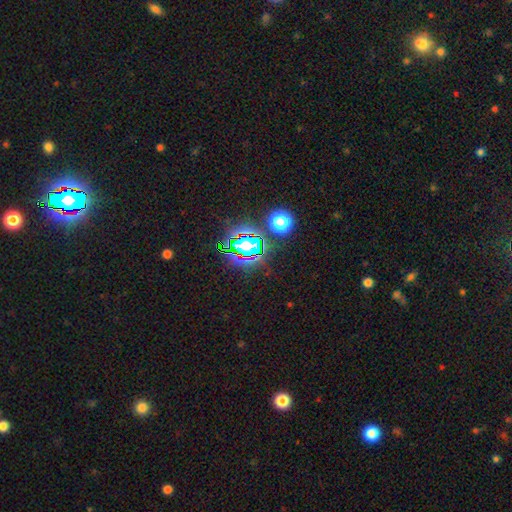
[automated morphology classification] Smooth or featured? Predicted: star or artifact (p=0.76).